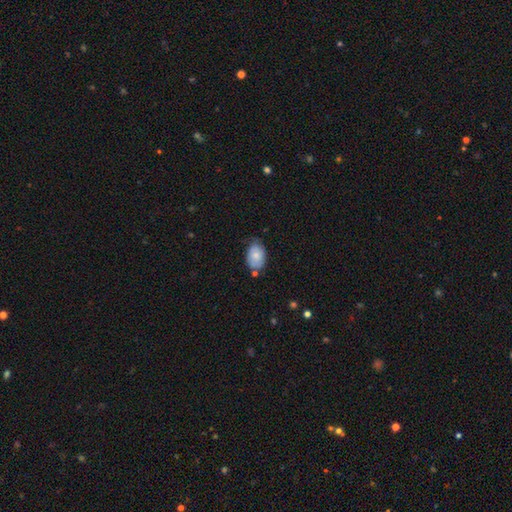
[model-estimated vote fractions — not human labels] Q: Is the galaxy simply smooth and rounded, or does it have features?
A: smooth — 74%.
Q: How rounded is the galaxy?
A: in between — 84%.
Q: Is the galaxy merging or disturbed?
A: none — 56%.